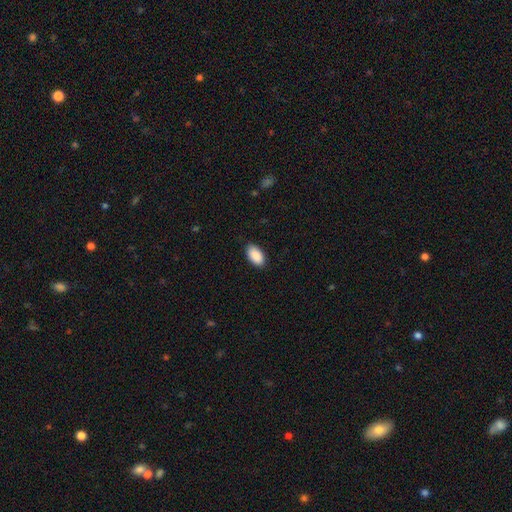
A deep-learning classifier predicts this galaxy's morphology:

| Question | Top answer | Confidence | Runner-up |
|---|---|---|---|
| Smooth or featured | smooth | 91% | star or artifact (6%) |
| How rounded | in between | 95% | round (3%) |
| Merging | none | 85% | minor disturbance (12%) |